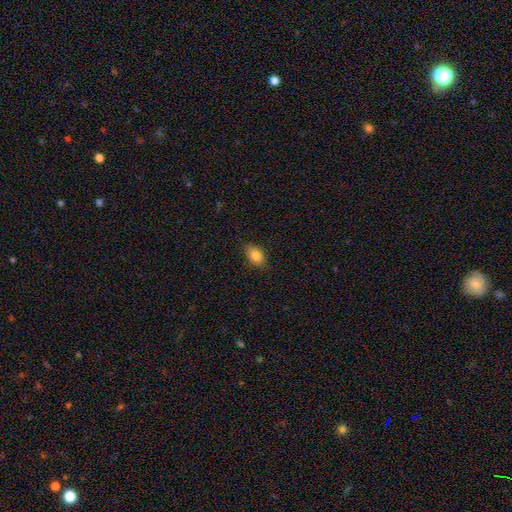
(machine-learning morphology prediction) This is clearly a smooth galaxy (84%). How rounded: clearly in between (81%). Merging: clearly none (85%).